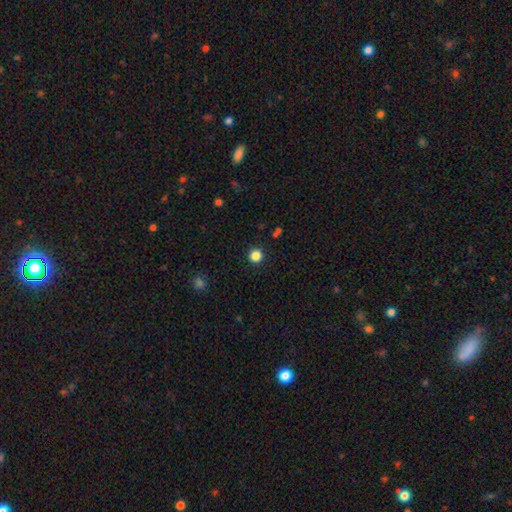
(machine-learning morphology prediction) The model was most divided on "smooth or featured": smooth: 85%, star or artifact: 11%, featured or disk: 3%. More confident: how rounded — round (95%); merging — none (92%).